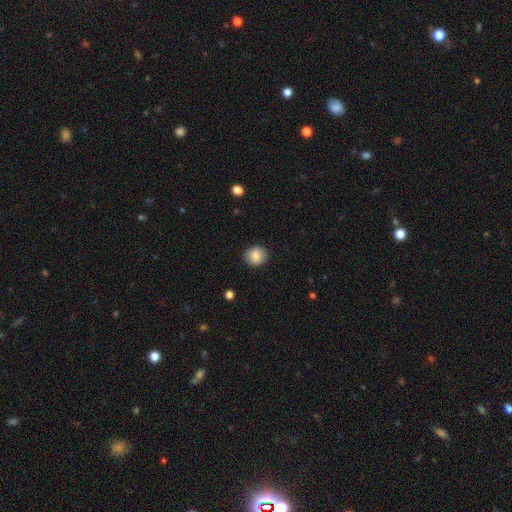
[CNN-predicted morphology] Smooth or featured? Predicted: smooth (p=0.87). How rounded? Predicted: round (p=0.78). Merging? Predicted: none (p=0.88).